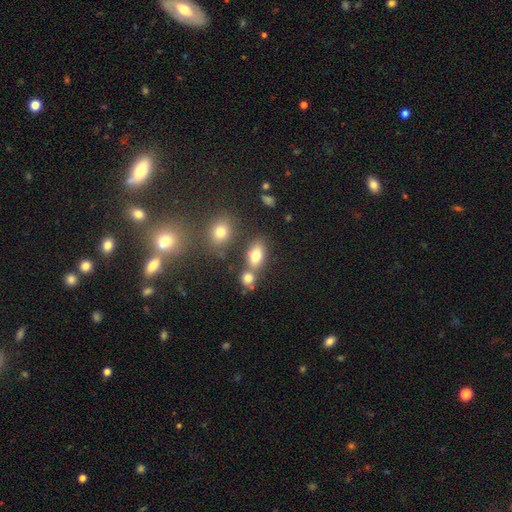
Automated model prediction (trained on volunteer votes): Smooth or featured? Predicted: smooth (p=0.75). How rounded? Predicted: in between (p=0.78). Merging? Predicted: none (p=0.55).